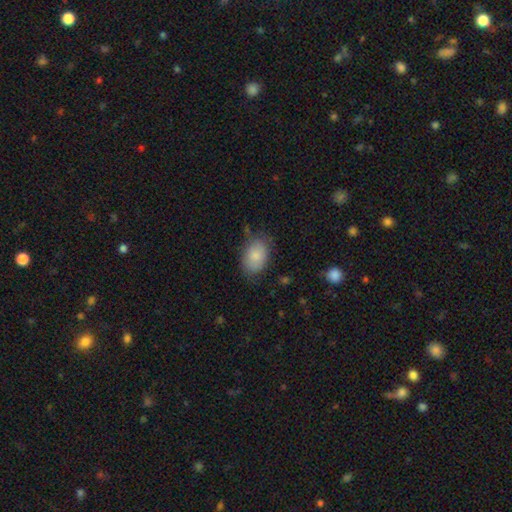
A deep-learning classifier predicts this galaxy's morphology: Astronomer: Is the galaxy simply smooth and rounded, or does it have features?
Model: smooth — 83%.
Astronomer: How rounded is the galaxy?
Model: in between — 87%.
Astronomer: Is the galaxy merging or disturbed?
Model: none — 71%.